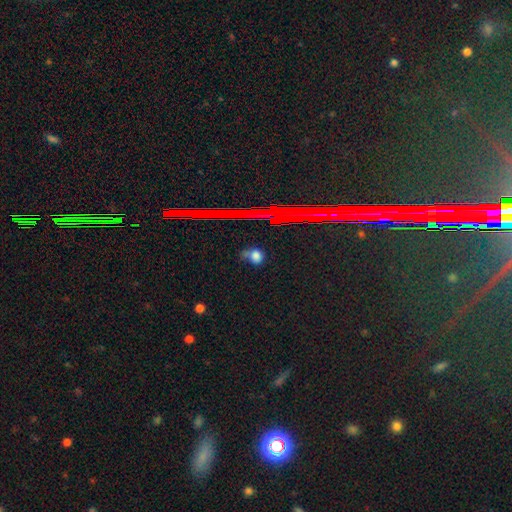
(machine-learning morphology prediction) Overall: smooth (67%). How rounded: round (63%; in between 34%). Merging: none (48%; minor disturbance 30%).